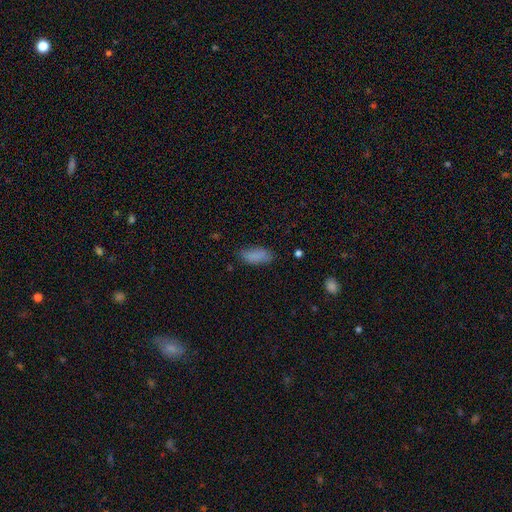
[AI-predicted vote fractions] Smooth or featured: smooth — 84% (star or artifact — 9%)
How rounded: in between — 85% (cigar-shaped — 13%)
Merging: none — 71% (minor disturbance — 22%)